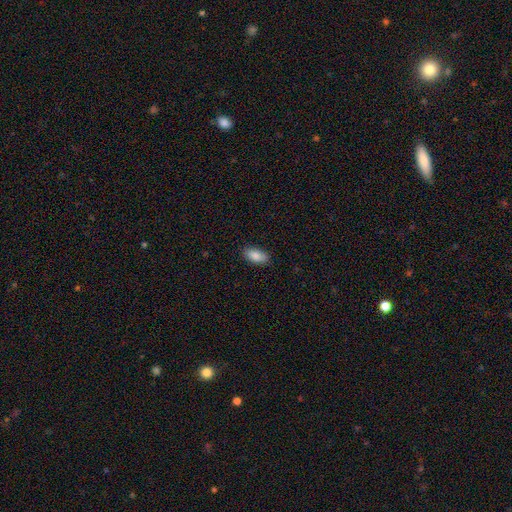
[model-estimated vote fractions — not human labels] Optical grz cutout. It shows a smooth galaxy with no disk features (87%) that is in between round and cigar-shaped (91%). Merging: none (87%).